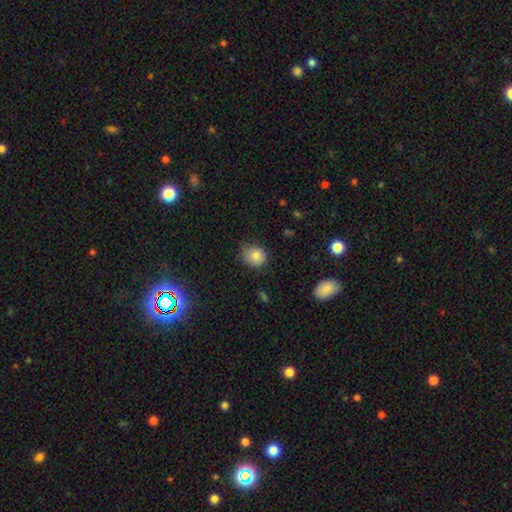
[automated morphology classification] type=smooth (82%); roundness=round (76%); merging=none (71%).